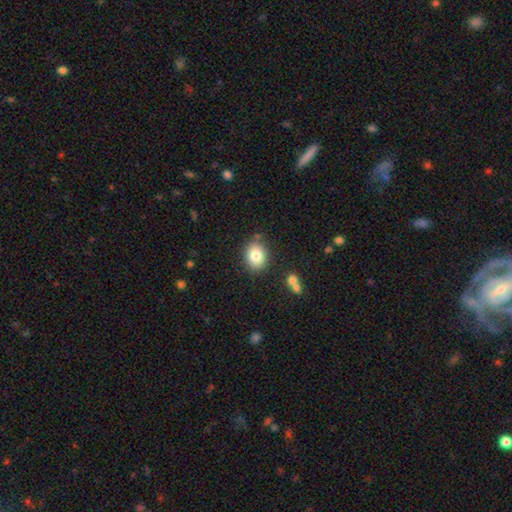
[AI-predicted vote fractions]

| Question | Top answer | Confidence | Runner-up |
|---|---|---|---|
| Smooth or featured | smooth | 81% | featured or disk (10%) |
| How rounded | in between | 53% | round (46%) |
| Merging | none | 81% | minor disturbance (12%) |